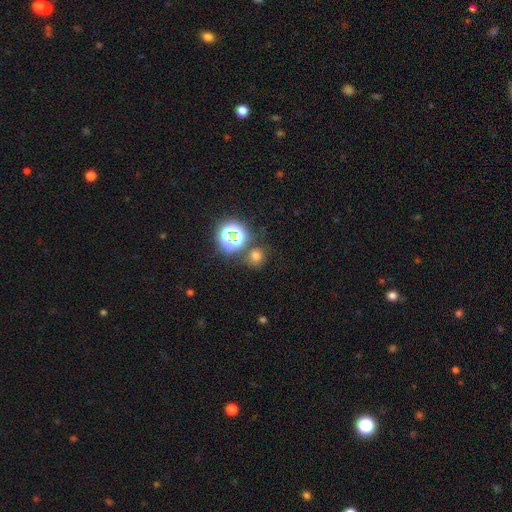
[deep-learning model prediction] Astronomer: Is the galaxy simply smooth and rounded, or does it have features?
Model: smooth — 61%.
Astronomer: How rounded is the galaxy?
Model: round — 83%.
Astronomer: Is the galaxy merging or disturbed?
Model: none — 75%.